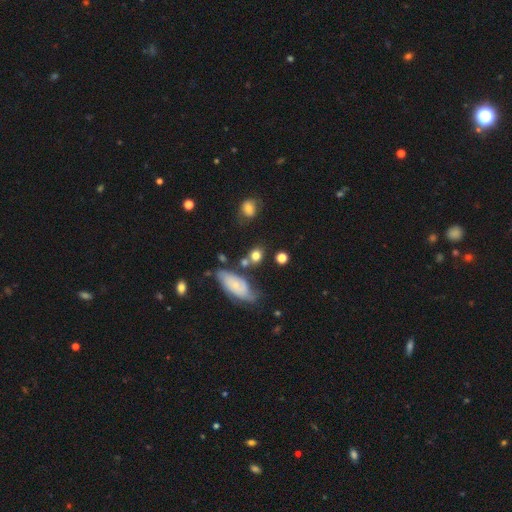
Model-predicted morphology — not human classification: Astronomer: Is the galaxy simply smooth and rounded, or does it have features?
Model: smooth — 73%.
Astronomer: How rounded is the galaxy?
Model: round — 67%.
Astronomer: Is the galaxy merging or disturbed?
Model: none — 64%.